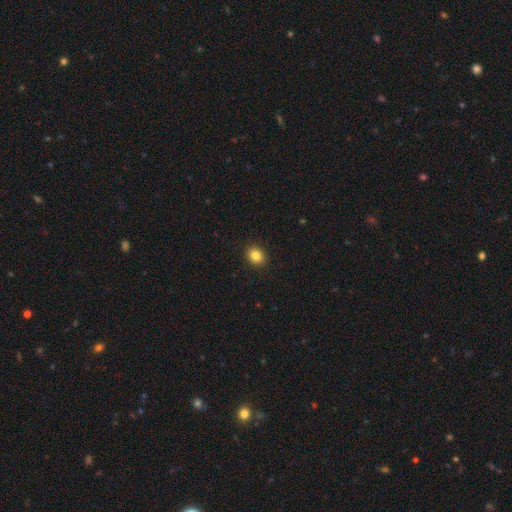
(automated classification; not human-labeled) Overall: smooth (85%). How rounded: round (66%; in between 34%). Merging: none (92%).